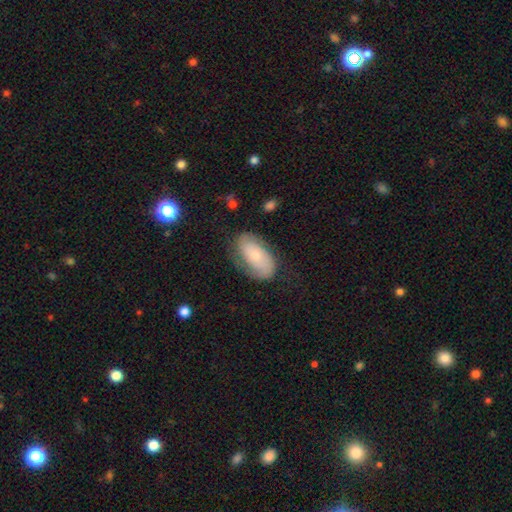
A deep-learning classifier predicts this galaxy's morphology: smooth 54%, featured or disk 39%, star or artifact 7%. Down the decision tree: how rounded — in between (93%); merging — none (68%).